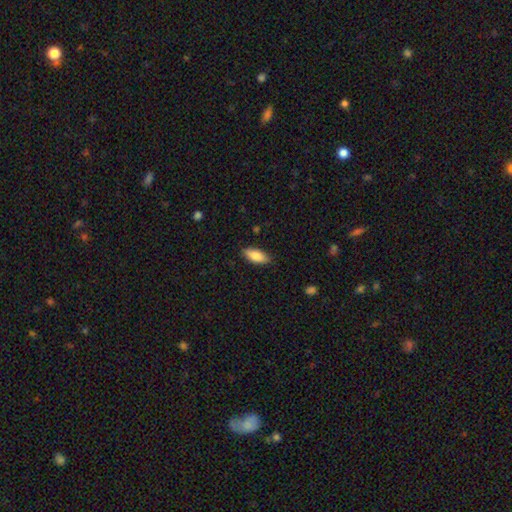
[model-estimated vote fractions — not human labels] This is clearly a smooth galaxy (84%). How rounded: likely in between (80%). Merging: clearly none (87%).